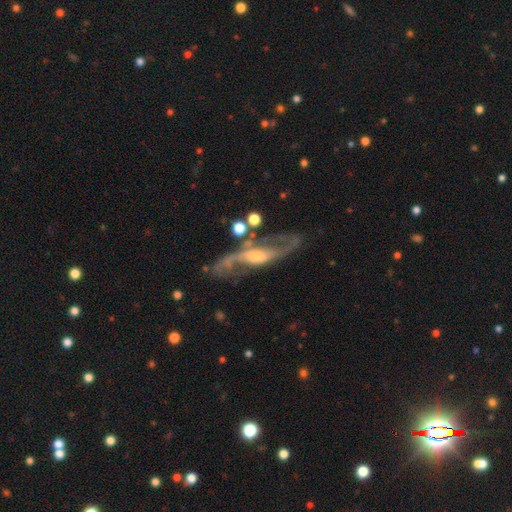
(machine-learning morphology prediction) Overall: featured or disk (86%). Edge-on disk: no (85%). Bar: weak (39%; no 37%). Spiral arms: yes (94%). Spiral arm count: 2 (88%). Spiral winding: loose (49%; medium 40%). Bulge size: moderate (46%; small 39%). Merging: none (61%).